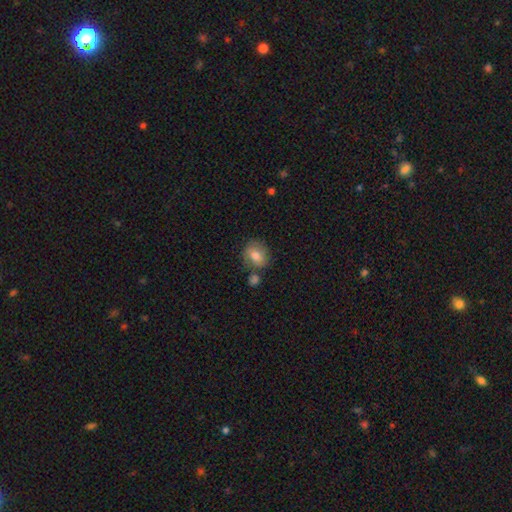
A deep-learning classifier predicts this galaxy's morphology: Overall: smooth (76%). How rounded: round (66%; in between 32%). Merging: none (67%).